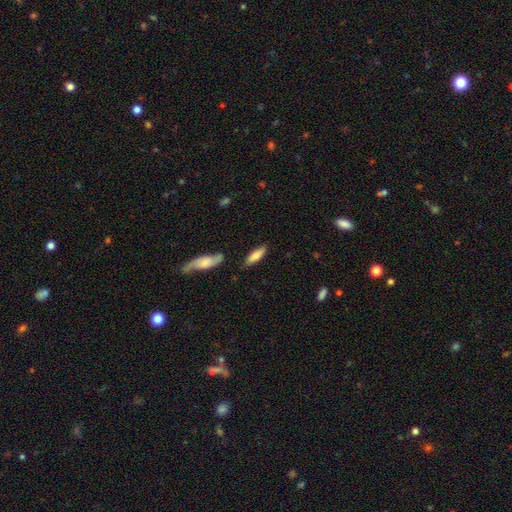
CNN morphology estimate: A smooth galaxy with no disk features (76%) that is cigar-shaped (51%). Merging: none (81%).